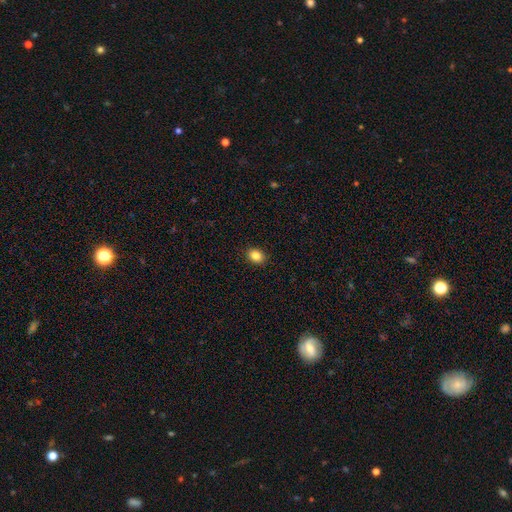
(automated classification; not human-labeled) Smooth or featured? Predicted: smooth (p=0.86). How rounded? Predicted: in between (p=0.57). Merging? Predicted: none (p=0.91).